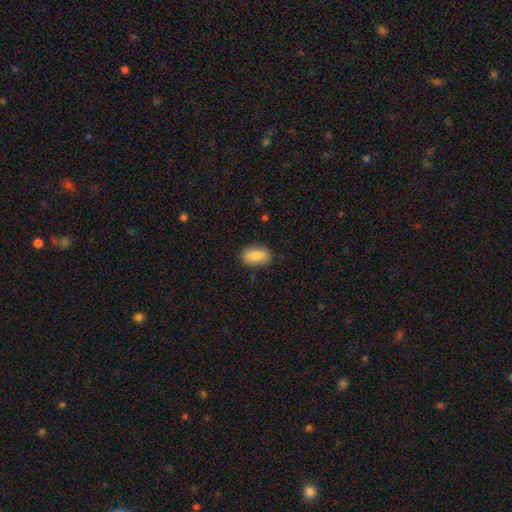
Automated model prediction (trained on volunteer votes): Smooth or featured? smooth (83%)
How rounded? in between (89%)
Merging? none (85%)